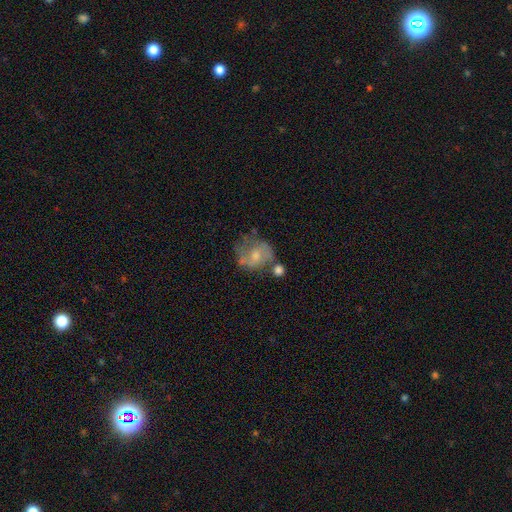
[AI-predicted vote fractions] The model was most divided on "smooth or featured": featured or disk: 51%, smooth: 41%, star or artifact: 8%. Remaining: edge-on disk — no (97%); merging — none (43%).